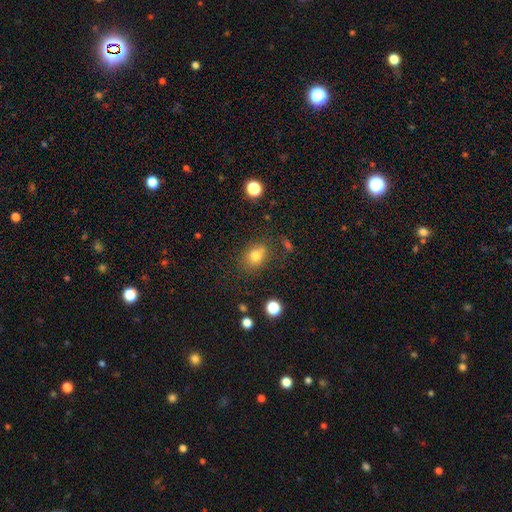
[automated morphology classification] A smooth galaxy with no disk features (77%) that is round (58%).

Vote fractions:
- Smooth or featured? smooth: 77% / star or artifact: 14% / featured or disk: 10%
- How rounded? round: 58% / in between: 41% / cigar-shaped: 1%
- Merging? none: 64% / minor disturbance: 16% / merger: 14% / major disturbance: 6%